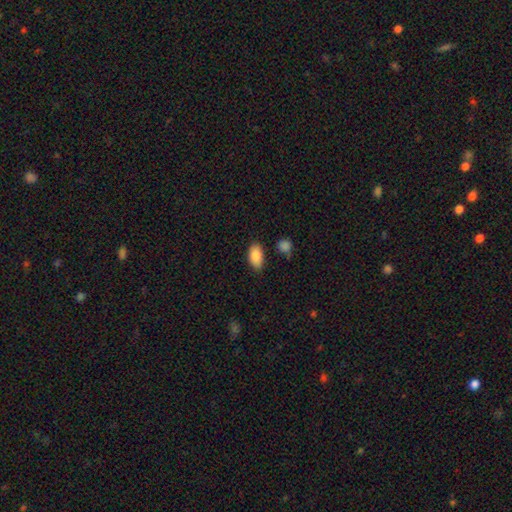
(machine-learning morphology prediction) smooth 87%, star or artifact 7%, featured or disk 6%. Down the decision tree: how rounded — in between (93%); merging — none (81%).